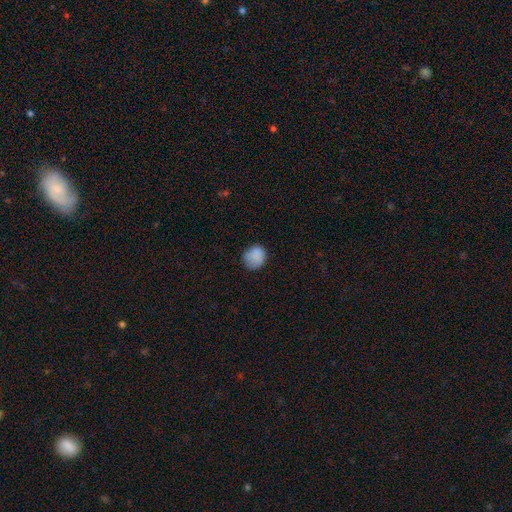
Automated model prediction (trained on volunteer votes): A smooth galaxy with no disk features (84%) that is round (73%). Merging: none (67%).